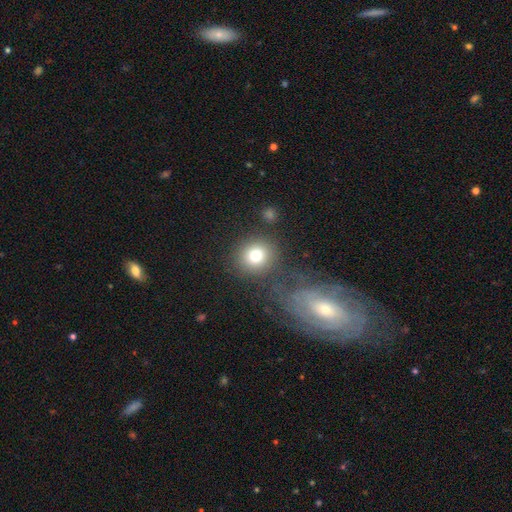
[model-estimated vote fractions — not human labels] smooth-or-featured: smooth: 79% | star or artifact: 11% | featured or disk: 10%
  how-rounded: round: 87% | in between: 12% | cigar-shaped: 1%
  merging: none: 77% | minor disturbance: 10% | merger: 7% | major disturbance: 5%